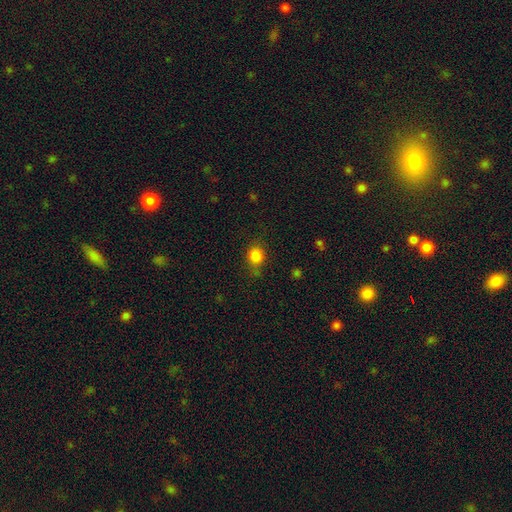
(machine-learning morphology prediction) The model was most divided on "how rounded": round: 71%, in between: 27%, cigar-shaped: 1%. More confident: smooth or featured — smooth (83%); merging — none (73%).